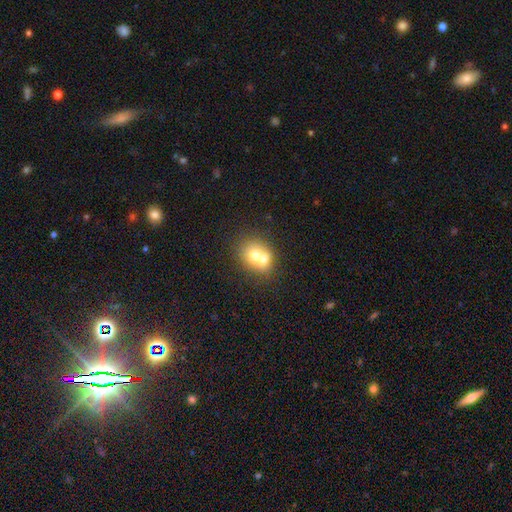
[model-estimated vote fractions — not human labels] This is likely a smooth galaxy (66%). How rounded: likely round (67%). Merging: likely merger (64%).